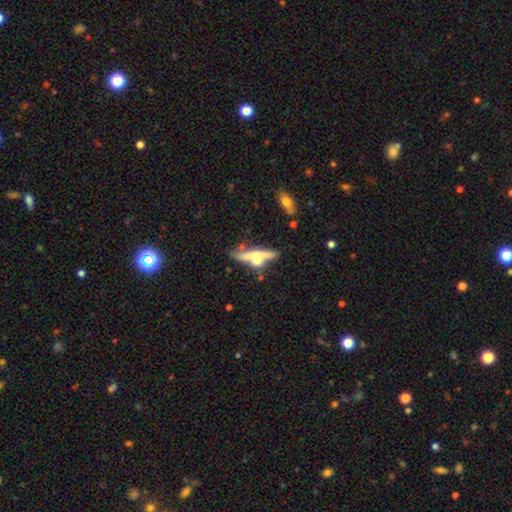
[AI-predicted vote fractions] featured or disk 59%, smooth 33%, star or artifact 8%. Down the decision tree: edge-on disk — yes (85%); edge-on bulge — rounded (77%); merging — none (49%).